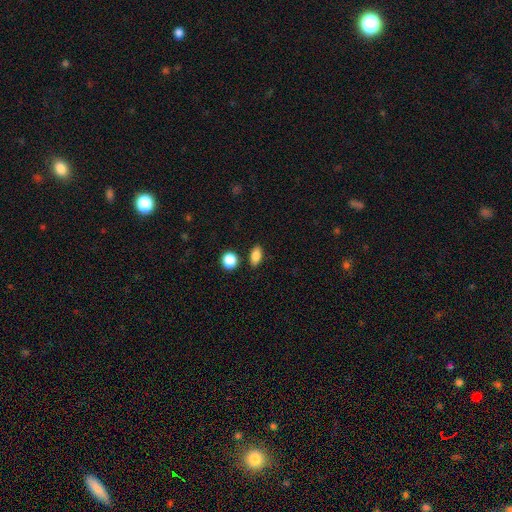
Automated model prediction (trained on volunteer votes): Overall: smooth (84%). How rounded: in between (82%). Merging: none (84%).